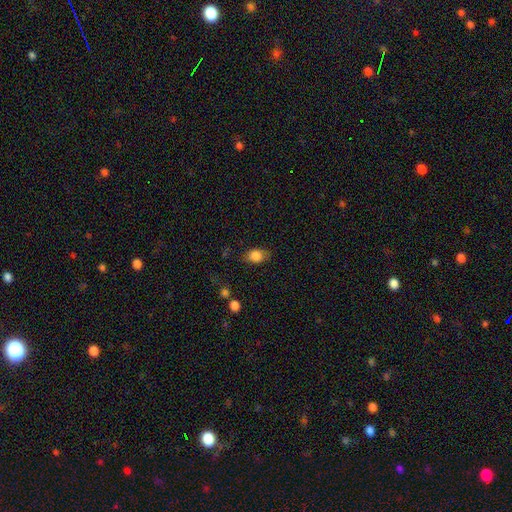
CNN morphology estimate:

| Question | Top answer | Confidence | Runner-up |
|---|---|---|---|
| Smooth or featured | smooth | 84% | star or artifact (9%) |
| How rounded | in between | 69% | round (29%) |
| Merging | none | 72% | minor disturbance (20%) |